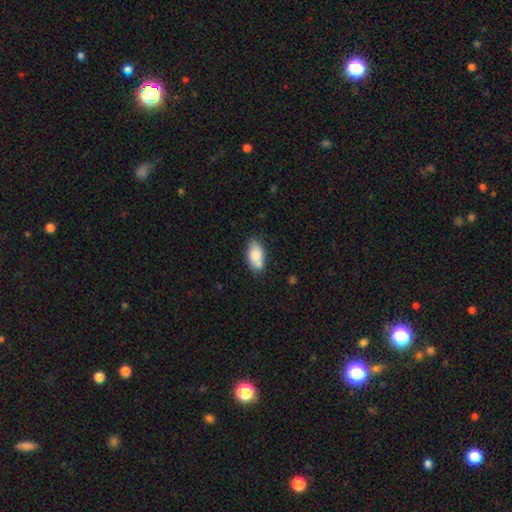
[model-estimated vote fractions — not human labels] Overall: smooth (79%). How rounded: in between (92%). Merging: none (66%).